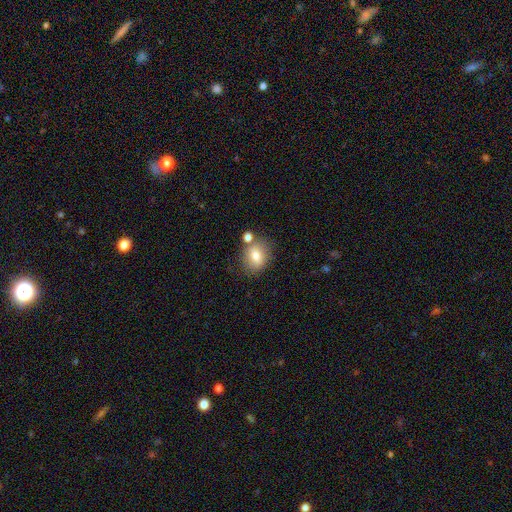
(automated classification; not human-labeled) Smooth or featured? smooth (75%)
How rounded? in between (54%)
Merging? none (66%)